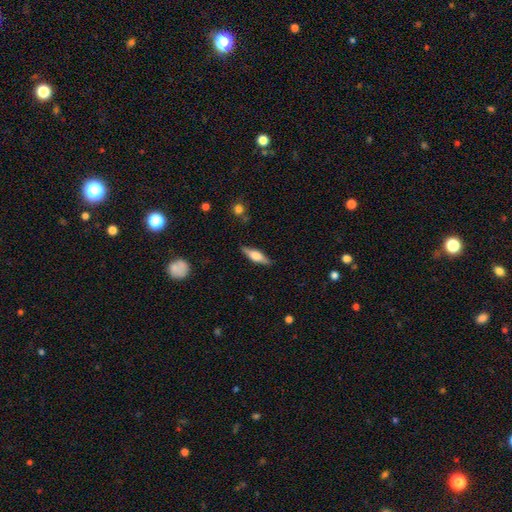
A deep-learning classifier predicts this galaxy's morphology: A featured or disk galaxy (56%) viewed edge-on (94%) with a rounded central bulge (85%). Merging: none (86%).